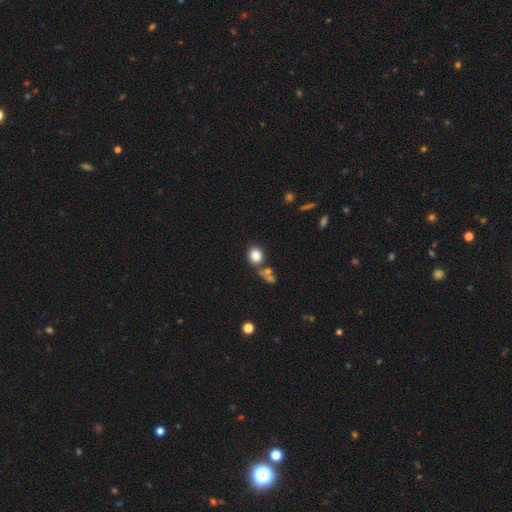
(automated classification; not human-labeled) smooth_or_featured: smooth (p=0.82) [alt: star or artifact p=0.10]
how_rounded: round (p=0.67) [alt: in between p=0.32]
merging: none (p=0.62) [alt: merger p=0.21]